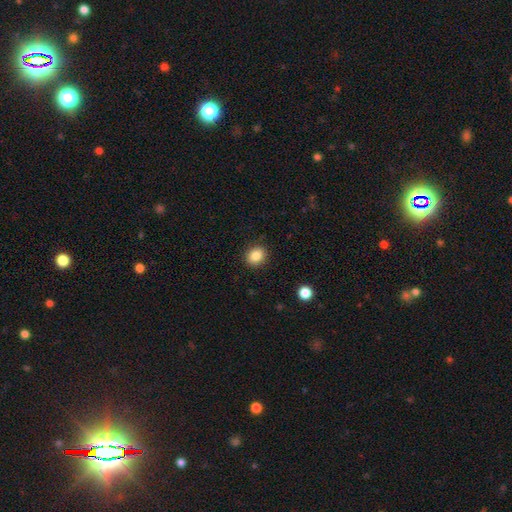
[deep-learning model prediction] This appears to be a smooth galaxy with no disk features (85%) that is round (70%). Merging: none (90%).